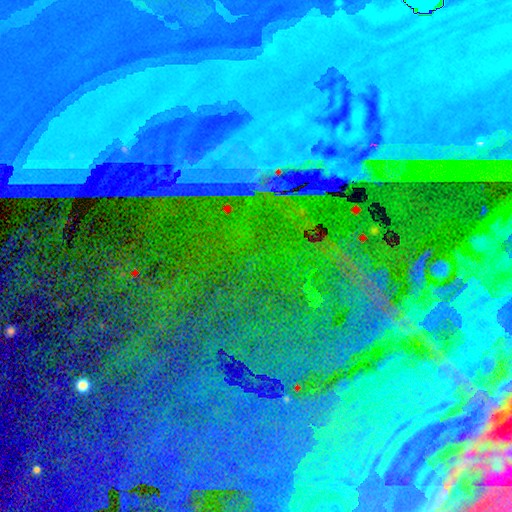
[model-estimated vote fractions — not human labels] smooth-or-featured: star or artifact: 88% | featured or disk: 6% | smooth: 6%